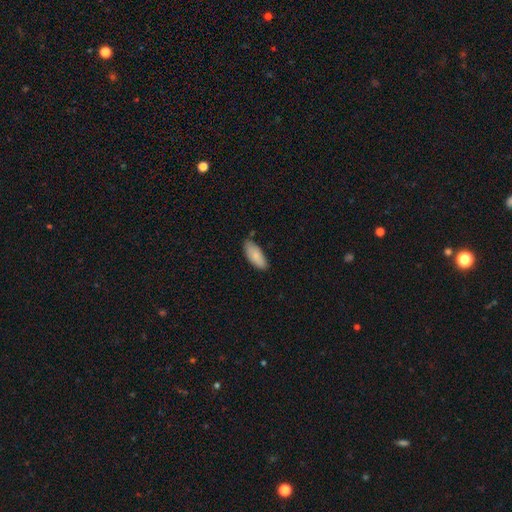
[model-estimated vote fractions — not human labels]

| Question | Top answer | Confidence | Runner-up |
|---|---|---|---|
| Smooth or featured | smooth | 85% | featured or disk (9%) |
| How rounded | in between | 84% | cigar-shaped (15%) |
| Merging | none | 75% | minor disturbance (20%) |